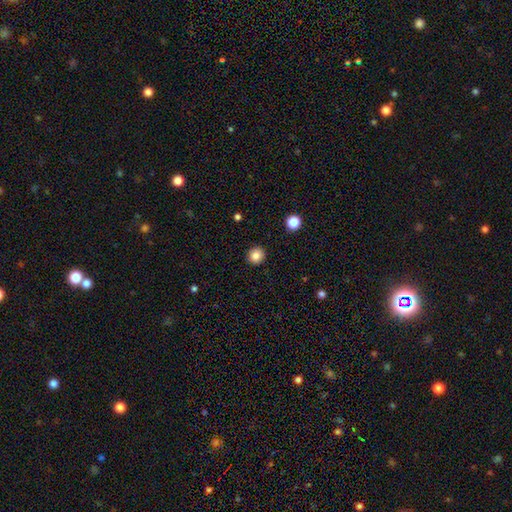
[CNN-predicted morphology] Smooth or featured? Predicted: smooth (p=0.84). How rounded? Predicted: round (p=0.93). Merging? Predicted: none (p=0.92).